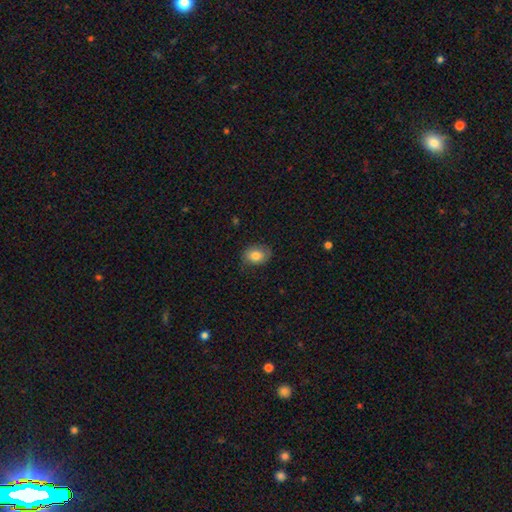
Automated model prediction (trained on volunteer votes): A smooth galaxy with no disk features (80%) that is in between round and cigar-shaped (68%).

Vote fractions:
- Smooth or featured? smooth: 80% / featured or disk: 12% / star or artifact: 8%
- How rounded? in between: 68% / round: 31% / cigar-shaped: 1%
- Merging? none: 74% / minor disturbance: 20% / major disturbance: 5% / merger: 1%